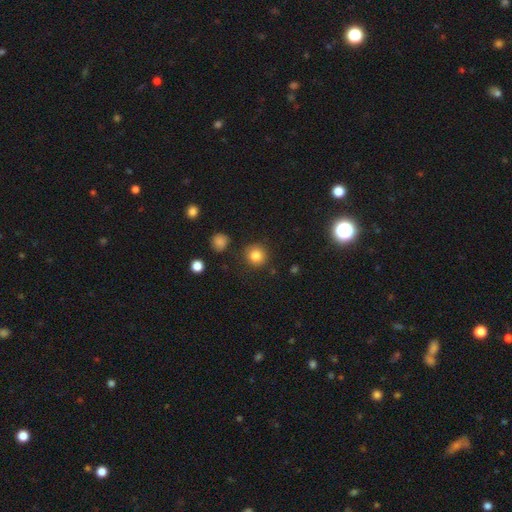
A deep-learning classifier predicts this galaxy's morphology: This appears to be a smooth galaxy with no disk features (83%) that is round (93%). Merging: none (88%).